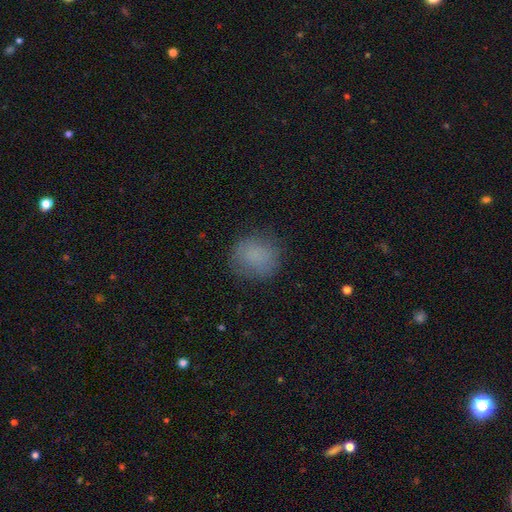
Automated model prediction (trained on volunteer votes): Smooth or featured? Predicted: smooth (p=0.81). How rounded? Predicted: round (p=0.80). Merging? Predicted: none (p=0.78).